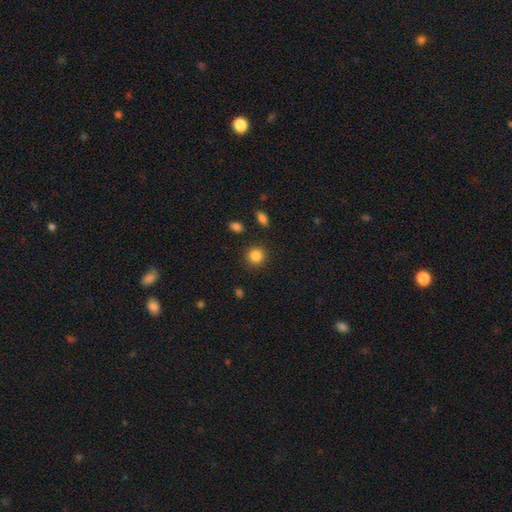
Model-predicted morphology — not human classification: Overall: smooth (86%). How rounded: round (90%). Merging: none (89%).